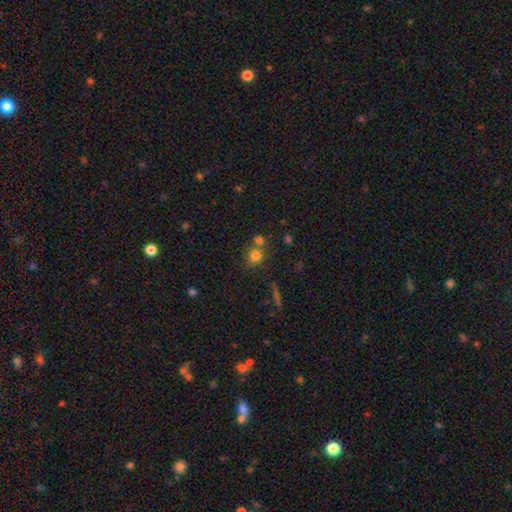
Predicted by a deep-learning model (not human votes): This is likely a smooth galaxy (75%). How rounded: clearly round (82%). Merging: possibly none (55%).